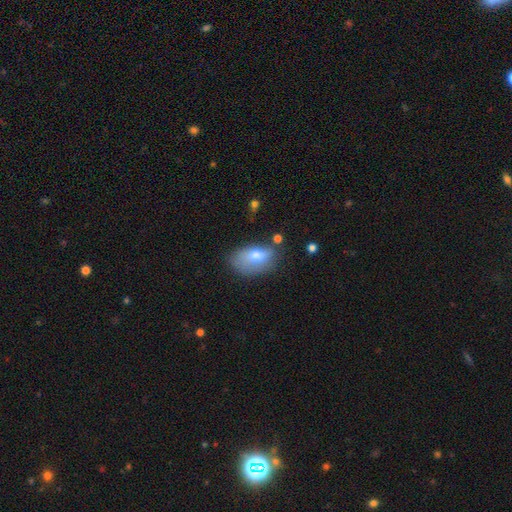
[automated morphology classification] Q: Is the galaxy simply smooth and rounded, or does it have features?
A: smooth — 71%.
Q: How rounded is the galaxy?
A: in between — 91%.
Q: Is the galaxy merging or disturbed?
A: none — 51%.